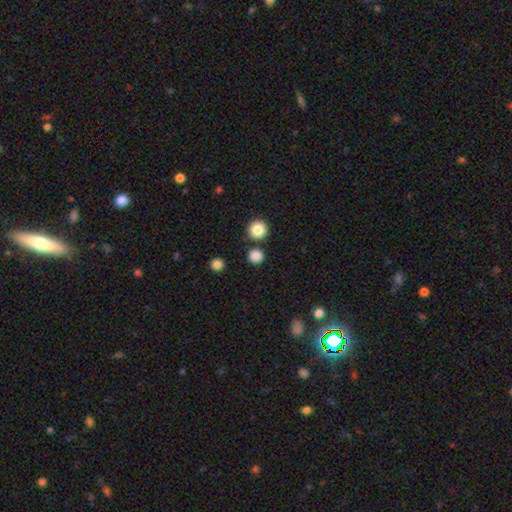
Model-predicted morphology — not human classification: This appears to be a smooth galaxy with no disk features (85%) that is round (92%). Merging: none (82%).